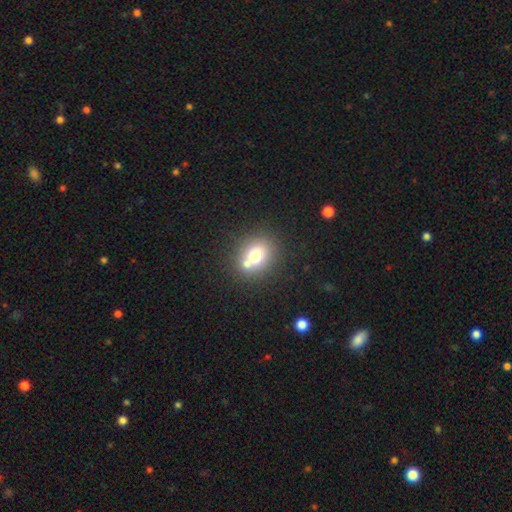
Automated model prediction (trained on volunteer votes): Overall: smooth (71%). How rounded: round (63%; in between 36%). Merging: none (58%; merger 29%).